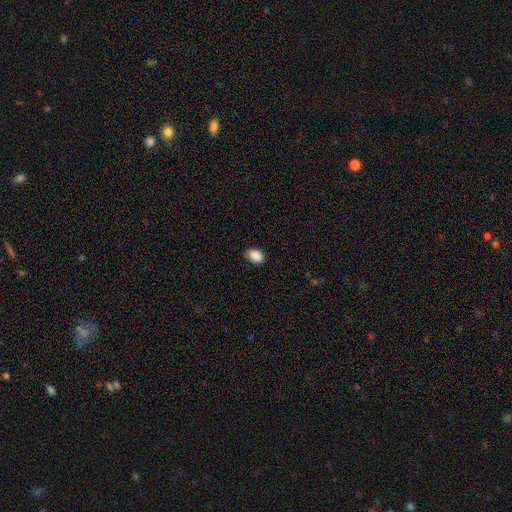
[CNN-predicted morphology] type=smooth (89%); roundness=in between (72%); merging=none (81%).